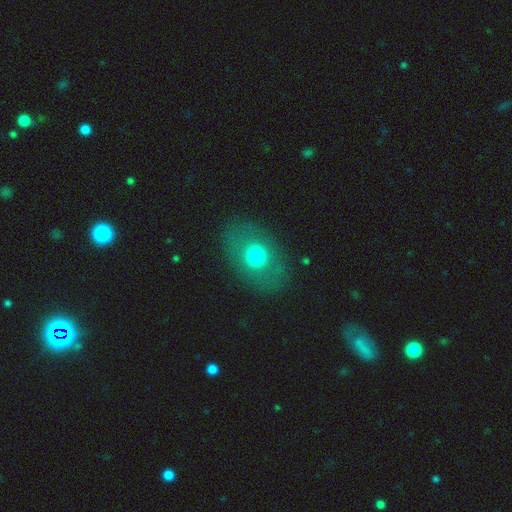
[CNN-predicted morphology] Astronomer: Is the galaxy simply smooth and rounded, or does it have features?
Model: smooth — 67%.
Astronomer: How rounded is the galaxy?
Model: in between — 69%.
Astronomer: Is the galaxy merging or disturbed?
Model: none — 82%.